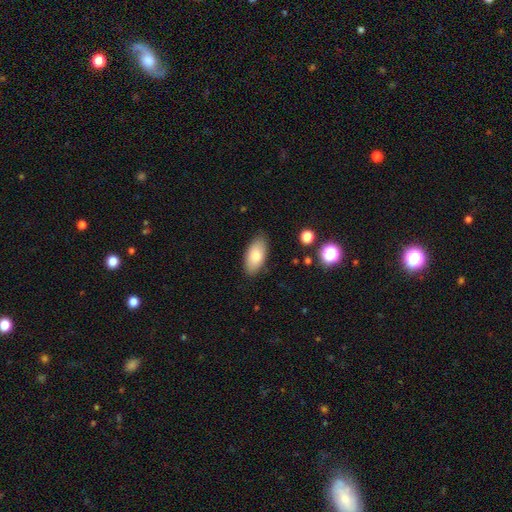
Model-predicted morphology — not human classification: type=smooth (82%); roundness=in between (92%); merging=none (84%).